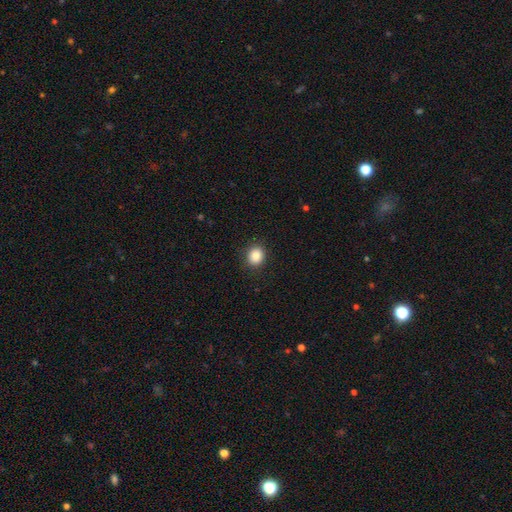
Morphology: type=smooth (97%); roundness=round (87%); merging=none (97%).